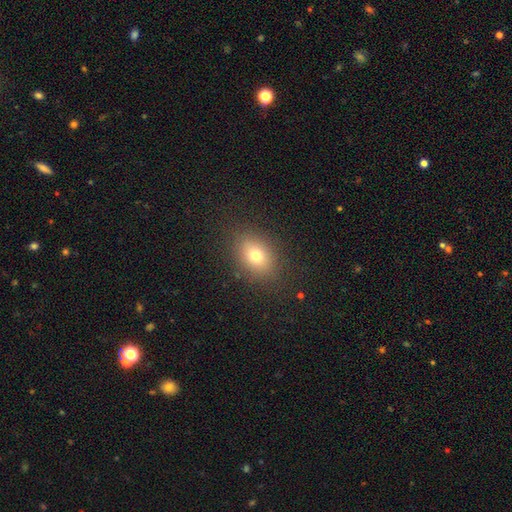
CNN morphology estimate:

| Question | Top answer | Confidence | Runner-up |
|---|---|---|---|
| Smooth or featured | smooth | 75% | star or artifact (13%) |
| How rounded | in between | 65% | round (34%) |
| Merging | none | 84% | minor disturbance (10%) |